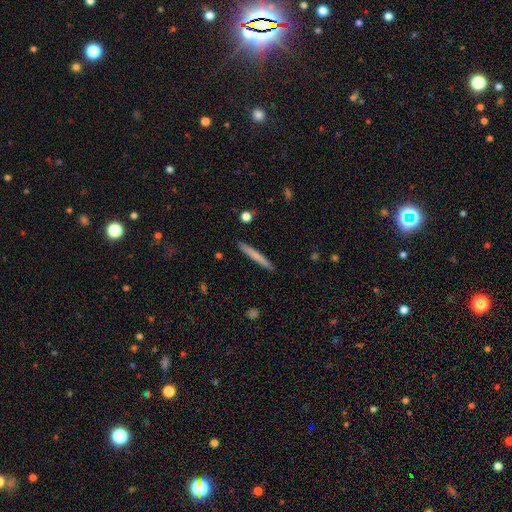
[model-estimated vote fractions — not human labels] Q: Smooth or featured?
A: smooth (68%); runner-up: featured or disk (26%)
Q: How rounded?
A: cigar-shaped (97%); runner-up: in between (2%)
Q: Merging?
A: none (91%); runner-up: minor disturbance (6%)